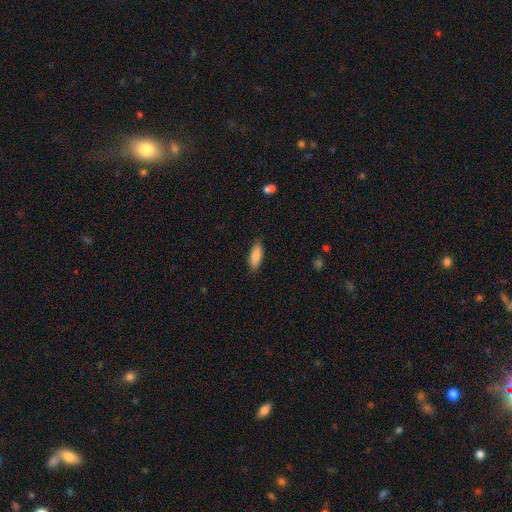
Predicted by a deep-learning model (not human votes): smooth-or-featured: smooth: 85% | featured or disk: 9% | star or artifact: 6%
  how-rounded: in between: 72% | cigar-shaped: 26% | round: 2%
  merging: none: 86% | minor disturbance: 11% | major disturbance: 2% | merger: 1%